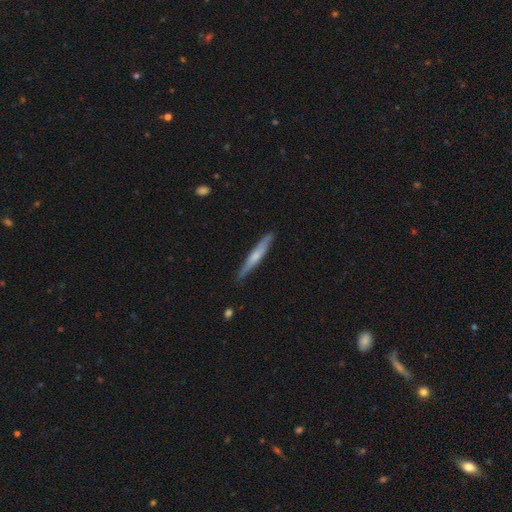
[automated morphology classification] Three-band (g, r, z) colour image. It shows a featured or disk galaxy (50%) viewed edge-on (94%). Merging: none (88%).